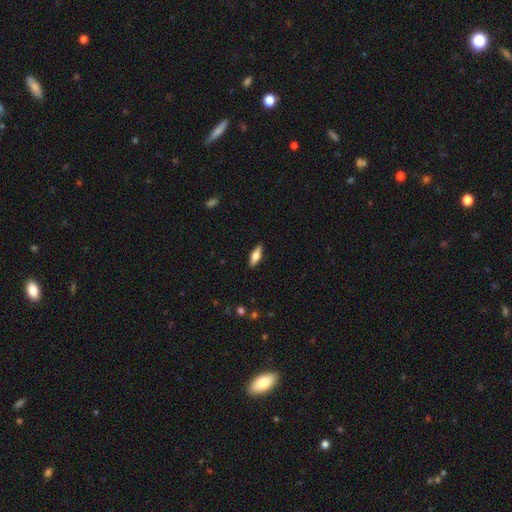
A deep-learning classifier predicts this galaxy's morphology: Overall: smooth (51%; featured or disk 43%). How rounded: in between (55%; cigar-shaped 43%). Merging: none (89%).